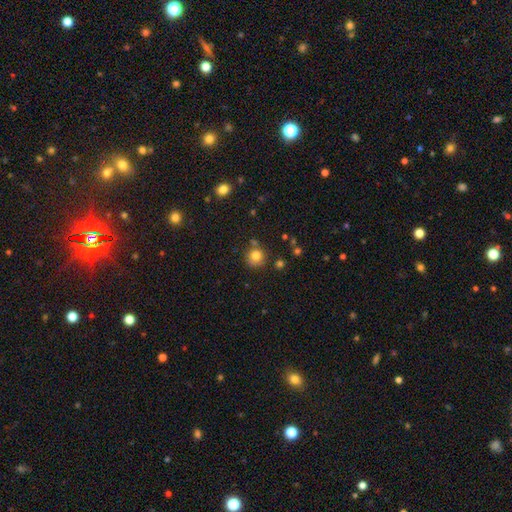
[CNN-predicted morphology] A smooth galaxy with no disk features (80%) that is round (89%). Merging: none (71%).